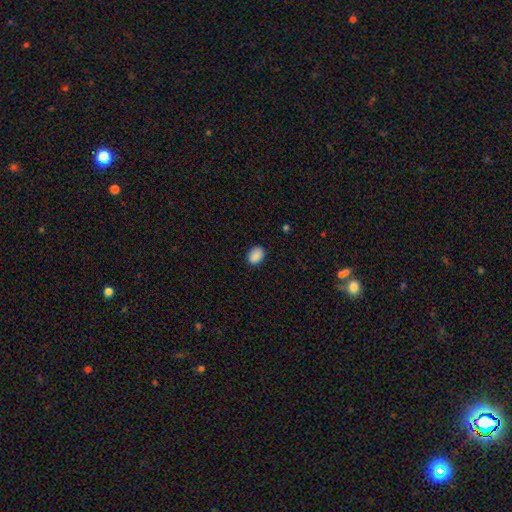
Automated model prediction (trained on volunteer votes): Q: Smooth or featured?
A: smooth (89%); runner-up: star or artifact (8%)
Q: How rounded?
A: in between (72%); runner-up: round (27%)
Q: Merging?
A: none (86%); runner-up: minor disturbance (11%)